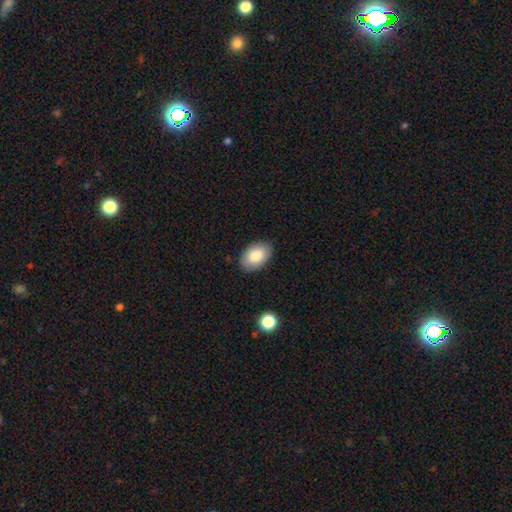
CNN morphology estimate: Smooth or featured?
  - smooth: 83% *
  - featured or disk: 10%
  - star or artifact: 7%
How rounded?
  - in between: 91% *
  - round: 8%
  - cigar-shaped: 1%
Merging?
  - none: 86% *
  - minor disturbance: 10%
  - major disturbance: 2%
  - merger: 1%